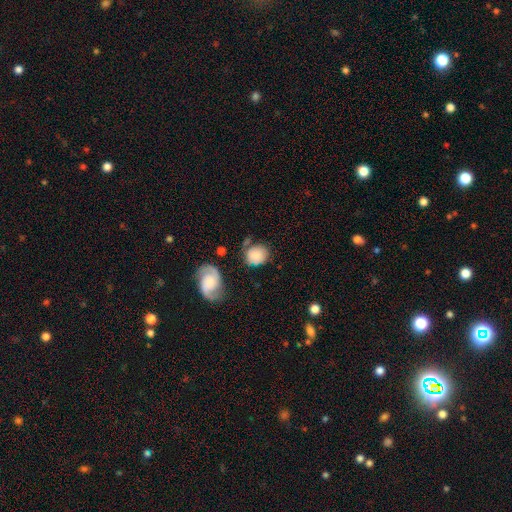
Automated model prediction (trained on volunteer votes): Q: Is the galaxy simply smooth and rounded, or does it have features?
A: smooth — 71%.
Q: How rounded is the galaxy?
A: round — 74%.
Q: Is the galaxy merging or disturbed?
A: none — 66%.